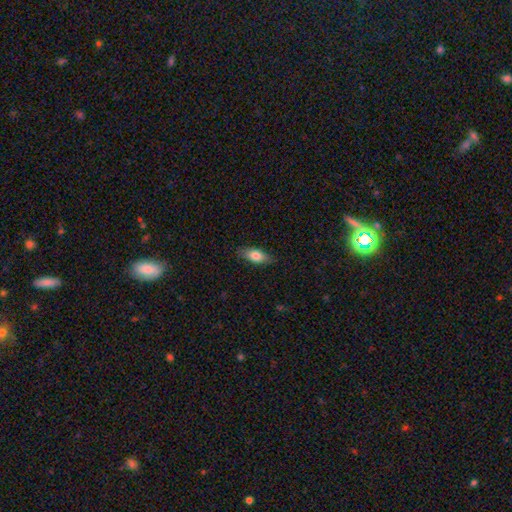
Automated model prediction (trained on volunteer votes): The model was most divided on "smooth or featured": smooth: 76%, featured or disk: 17%, star or artifact: 7%. More confident: merging — none (83%); how rounded — in between (78%).